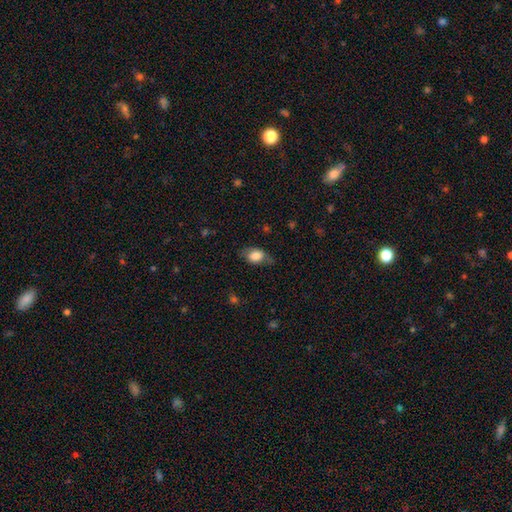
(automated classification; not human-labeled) A smooth galaxy with no disk features (77%) that is in between round and cigar-shaped (81%). Merging: none (62%).